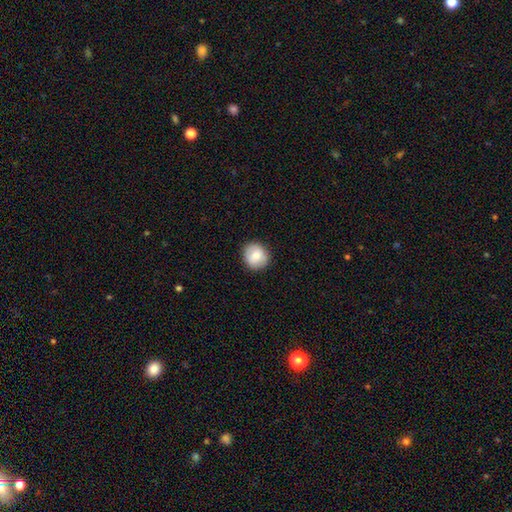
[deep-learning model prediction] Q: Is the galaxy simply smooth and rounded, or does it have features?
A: smooth — 80%.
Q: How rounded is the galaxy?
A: round — 86%.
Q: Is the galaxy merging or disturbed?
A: none — 89%.